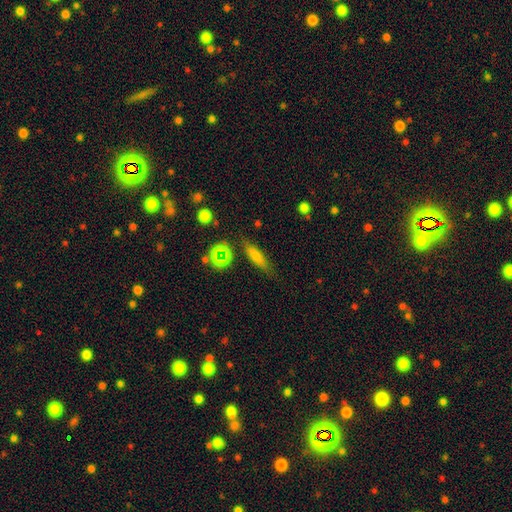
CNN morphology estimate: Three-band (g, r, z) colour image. It shows a smooth galaxy with no disk features (71%) that is cigar-shaped (64%). Merging: none (77%).